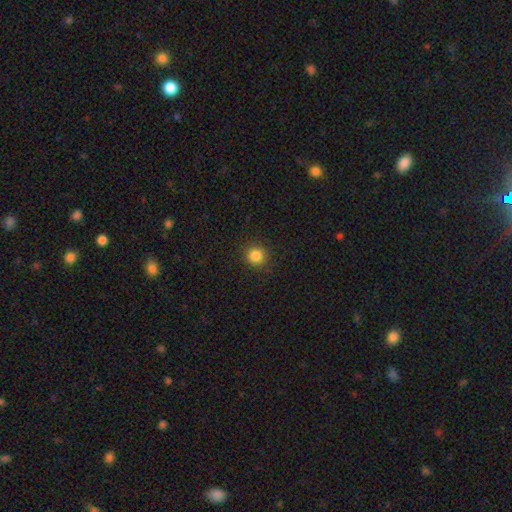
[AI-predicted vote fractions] Q: Smooth or featured?
A: smooth (85%); runner-up: star or artifact (12%)
Q: How rounded?
A: round (93%); runner-up: in between (6%)
Q: Merging?
A: none (91%); runner-up: minor disturbance (6%)